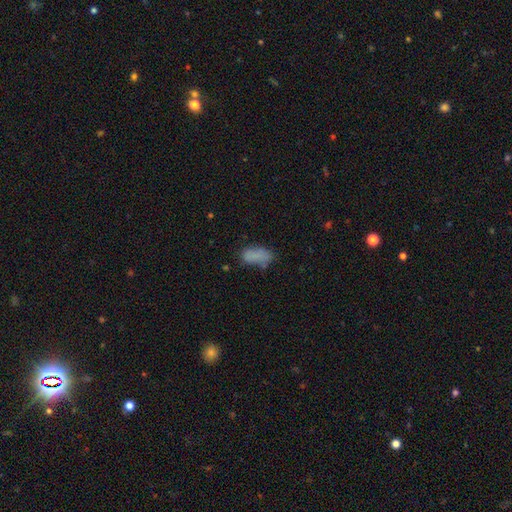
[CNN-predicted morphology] smooth-or-featured: smooth: 80% | star or artifact: 10% | featured or disk: 10%
  how-rounded: in between: 88% | cigar-shaped: 9% | round: 3%
  merging: none: 57% | minor disturbance: 25% | major disturbance: 11% | merger: 6%